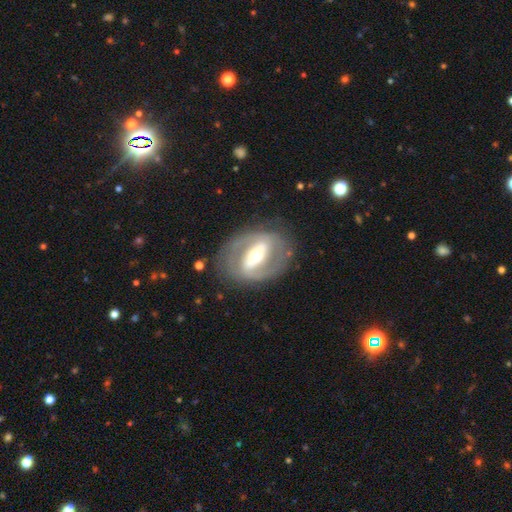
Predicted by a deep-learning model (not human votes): smooth-or-featured: featured or disk: 81% | smooth: 14% | star or artifact: 5%
  disk-edge-on: no: 94% | yes: 6%
    bar: strong: 63% | weak: 24% | no: 14%
    has-spiral-arms: yes: 67% | no: 33%
      spiral-winding: tight: 43% | medium: 40% | loose: 17%
      spiral-arm-count: 2: 81% | can't tell: 11% | 1: 4% | 3: 2% | 4: 1% | more than 4: 1%
    bulge-size: moderate: 64% | small: 24% | large: 10% | dominant: 1% | none: 1%
  merging: none: 78% | minor disturbance: 13% | major disturbance: 7% | merger: 2%